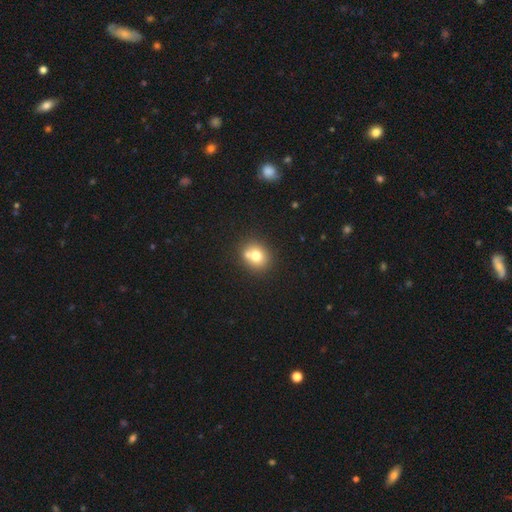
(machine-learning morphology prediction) A smooth galaxy with no disk features (72%) that is round (75%). Merging: none (60%).